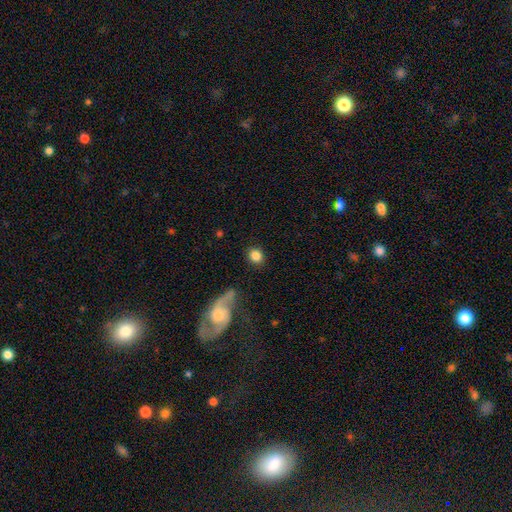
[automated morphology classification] A smooth galaxy with no disk features (83%) that is round (74%).

Vote fractions:
- Smooth or featured? smooth: 83% / featured or disk: 9% / star or artifact: 8%
- How rounded? round: 74% / in between: 25% / cigar-shaped: 2%
- Merging? none: 84% / minor disturbance: 8% / merger: 4% / major disturbance: 4%